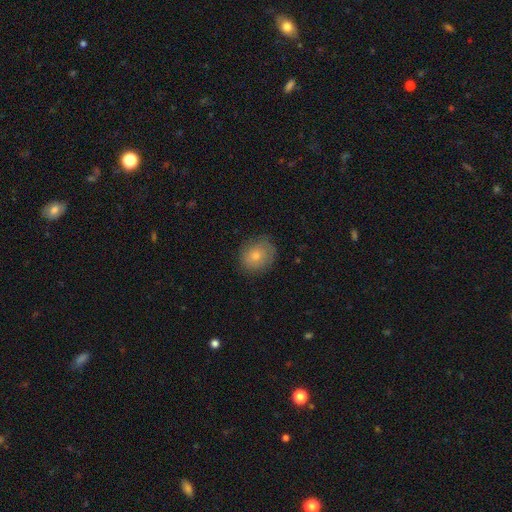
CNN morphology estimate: This is likely a smooth galaxy (67%). How rounded: likely round (69%). Merging: likely none (80%).